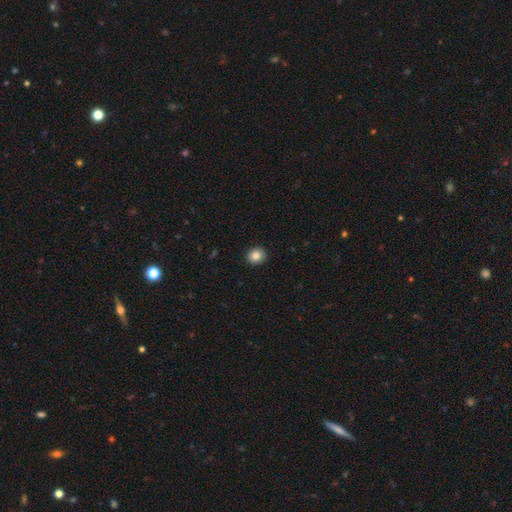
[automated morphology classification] This appears to be a smooth galaxy with no disk features (85%) that is round (83%). Merging: none (92%).